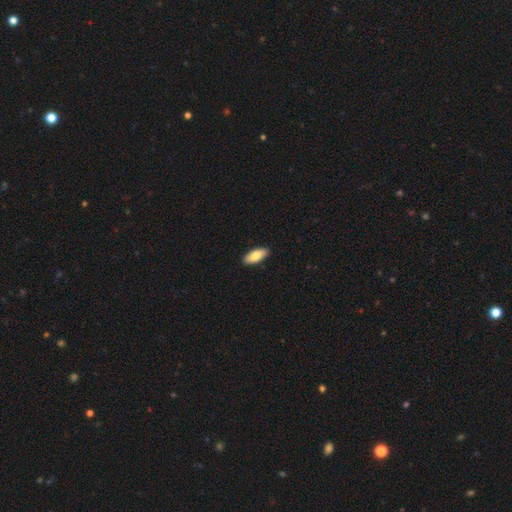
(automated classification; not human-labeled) smooth 81%, featured or disk 13%, star or artifact 5%. Down the decision tree: how rounded — in between (84%); merging — none (91%).